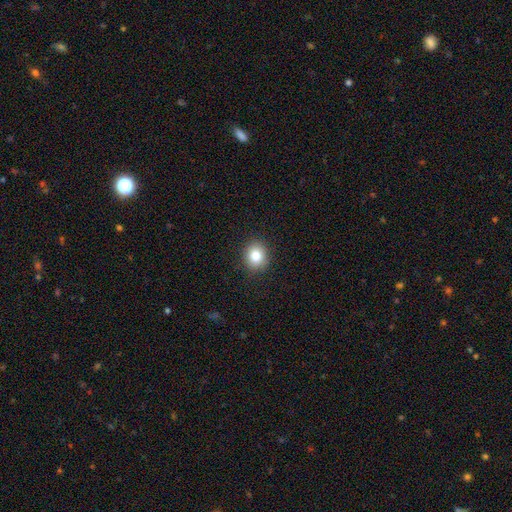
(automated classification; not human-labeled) A smooth galaxy with no disk features (83%) that is round (68%).

Vote fractions:
- Smooth or featured? smooth: 83% / star or artifact: 10% / featured or disk: 7%
- How rounded? round: 68% / in between: 31% / cigar-shaped: 1%
- Merging? none: 89% / minor disturbance: 8% / major disturbance: 2% / merger: 1%